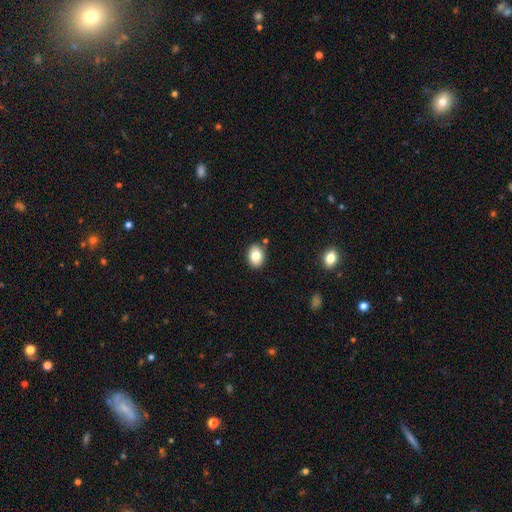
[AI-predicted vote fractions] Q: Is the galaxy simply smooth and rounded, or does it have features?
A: smooth — 81%.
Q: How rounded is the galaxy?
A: in between — 71%.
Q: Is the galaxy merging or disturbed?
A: none — 86%.